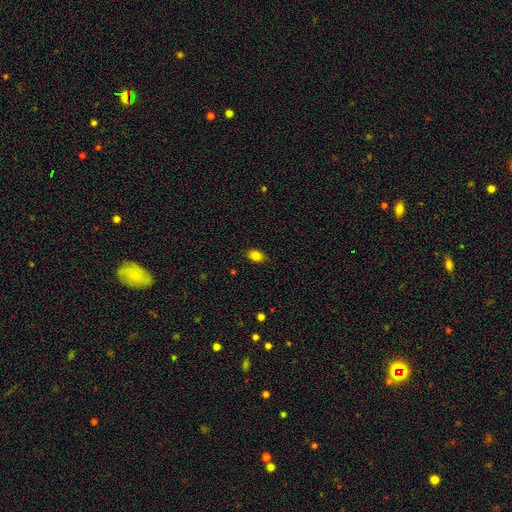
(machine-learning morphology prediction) This is clearly a smooth galaxy (84%). How rounded: clearly in between (83%). Merging: clearly none (85%).